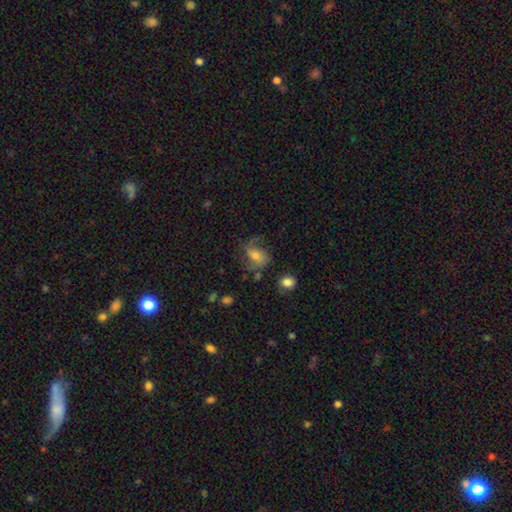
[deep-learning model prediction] This is possibly a featured or disk galaxy (54%). It is clearly not viewed edge-on (97%). Bar: possibly no (50%). Spiral arm pattern: clearly yes (83%). Central bulge: possibly moderate (49%). Merging: possibly none (47%).